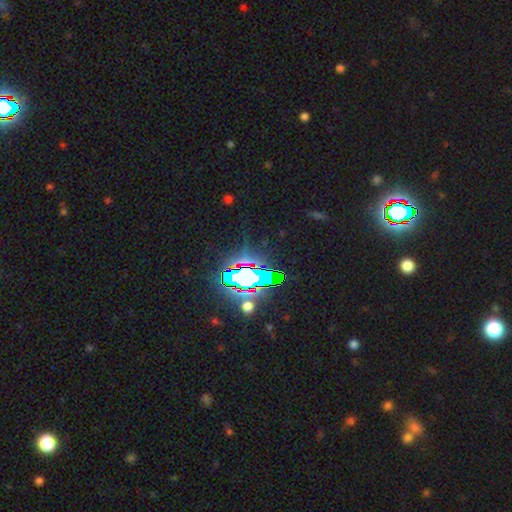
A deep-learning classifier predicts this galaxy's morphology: smooth-or-featured: star or artifact: 83% | smooth: 9% | featured or disk: 8%